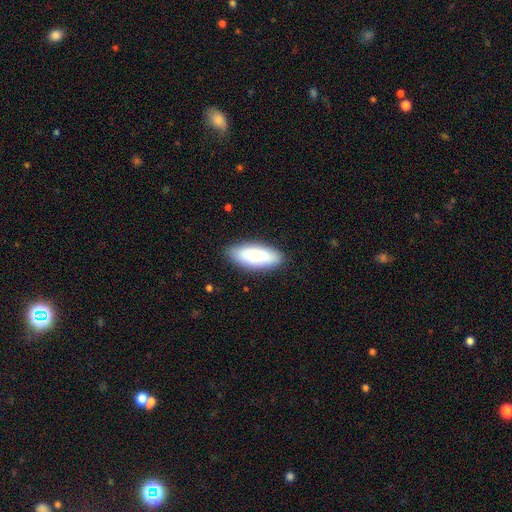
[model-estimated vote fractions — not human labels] smooth-or-featured: smooth: 83% | featured or disk: 11% | star or artifact: 6%
  how-rounded: in between: 79% | cigar-shaped: 19% | round: 2%
  merging: none: 85% | minor disturbance: 11% | major disturbance: 2% | merger: 1%